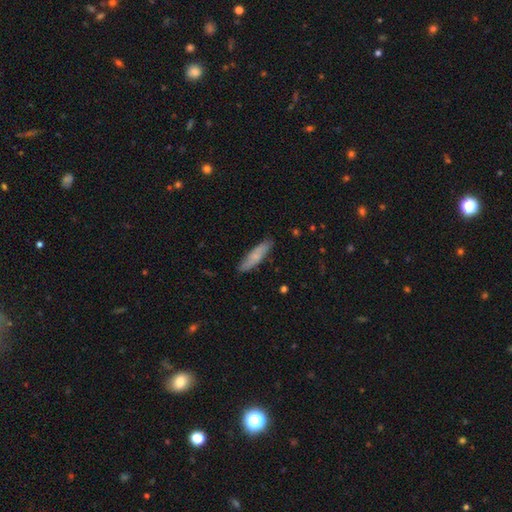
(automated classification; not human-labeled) A smooth galaxy with no disk features (72%) that is cigar-shaped (77%). Merging: none (86%).